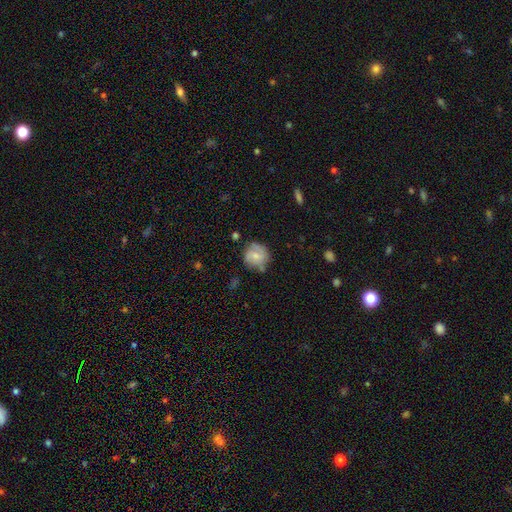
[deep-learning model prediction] This is possibly a smooth galaxy (53%). How rounded: clearly round (84%). Merging: likely none (63%).